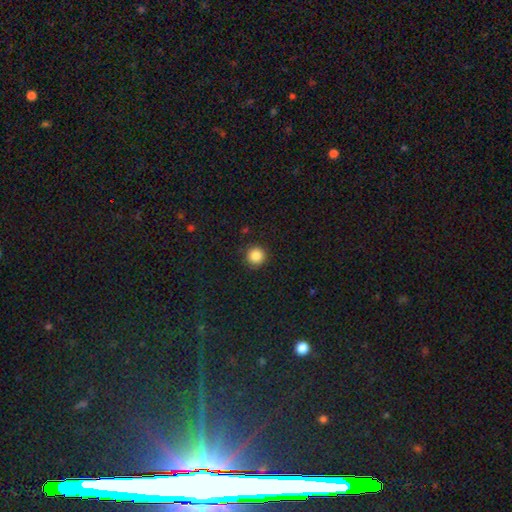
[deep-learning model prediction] smooth 86%, star or artifact 10%, featured or disk 3%. Down the decision tree: how rounded — round (95%); merging — none (91%).